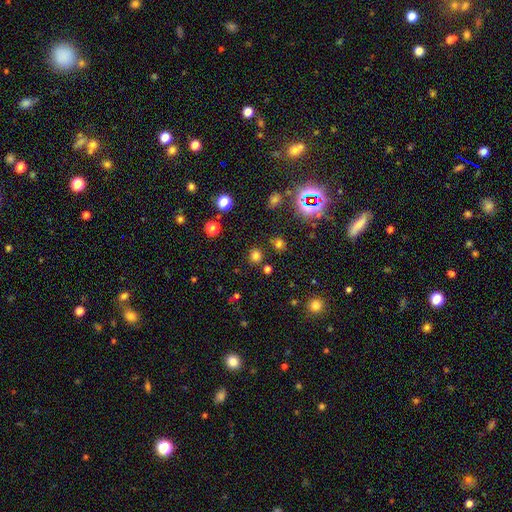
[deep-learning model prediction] A smooth galaxy with no disk features (70%) that is round (86%).

Vote fractions:
- Smooth or featured? smooth: 70% / star or artifact: 24% / featured or disk: 5%
- How rounded? round: 86% / in between: 13% / cigar-shaped: 1%
- Merging? none: 85% / minor disturbance: 7% / merger: 4% / major disturbance: 3%